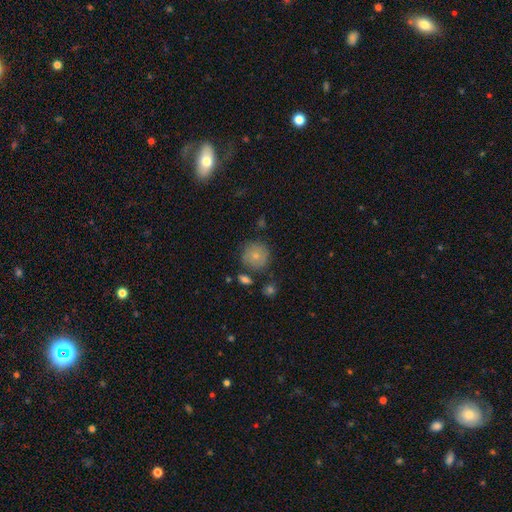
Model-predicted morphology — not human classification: Q: Smooth or featured?
A: smooth (73%); runner-up: featured or disk (19%)
Q: How rounded?
A: round (90%); runner-up: in between (9%)
Q: Merging?
A: none (71%); runner-up: minor disturbance (18%)